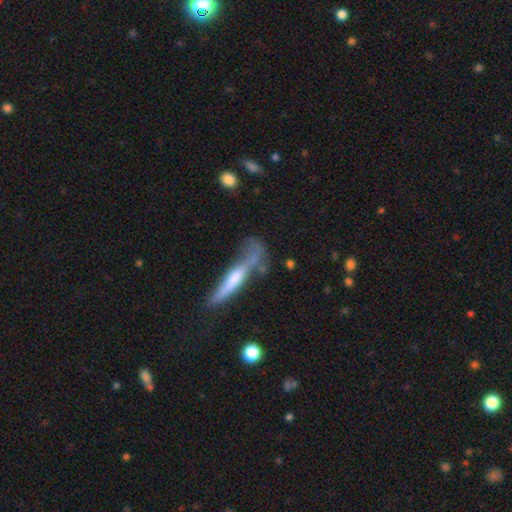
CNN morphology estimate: This is possibly a featured or disk galaxy (48%). Merging: marginally none (42%).